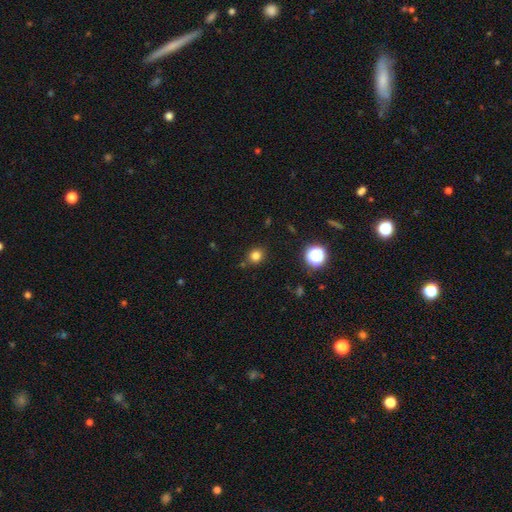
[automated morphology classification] The model was most divided on "how rounded": round: 81%, in between: 18%, cigar-shaped: 1%. More confident: merging — none (85%); smooth or featured — smooth (79%).